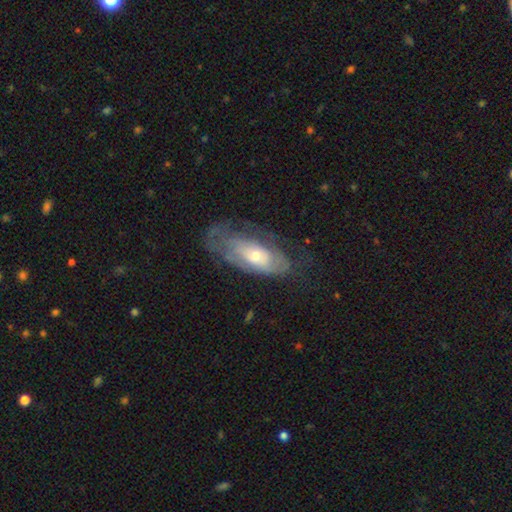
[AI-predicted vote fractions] Smooth or featured? featured or disk (61%)
Edge-on disk? no (86%)
Bar? no (79%)
Spiral arms? yes (59%)
Bulge size? small (47%, tied with moderate)
Merging? none (49%)